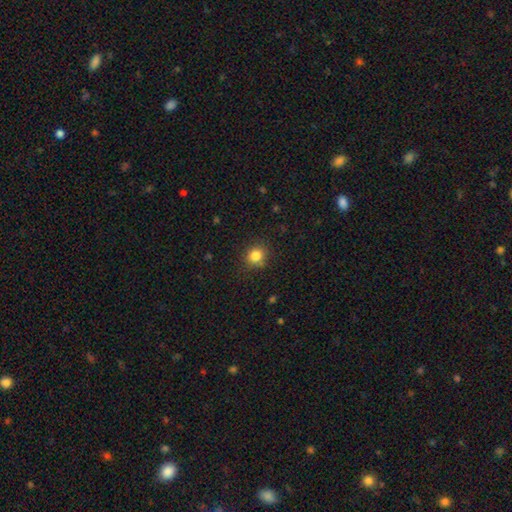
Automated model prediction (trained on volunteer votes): Smooth or featured: smooth — 83% (star or artifact — 12%)
How rounded: round — 79% (in between — 21%)
Merging: none — 83% (minor disturbance — 12%)